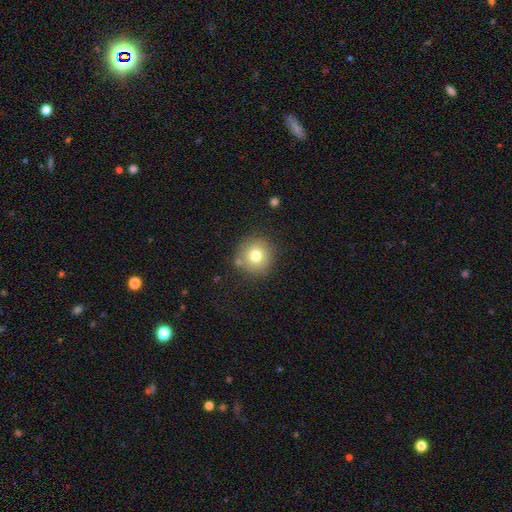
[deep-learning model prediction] This is likely a smooth galaxy (75%). How rounded: clearly round (93%). Merging: clearly none (82%).